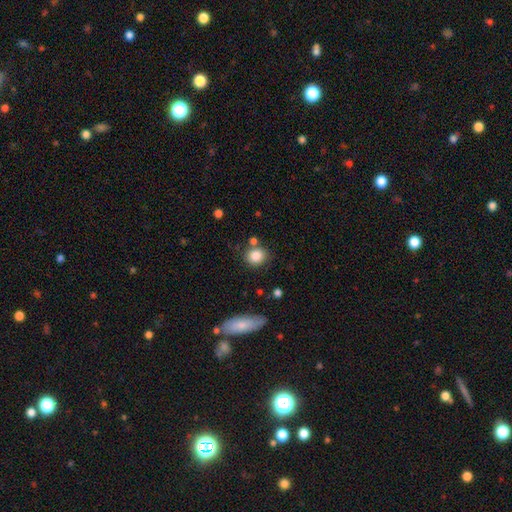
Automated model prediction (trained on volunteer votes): Smooth or featured?
  - smooth: 85% *
  - star or artifact: 9%
  - featured or disk: 5%
How rounded?
  - round: 80% *
  - in between: 19%
  - cigar-shaped: 1%
Merging?
  - none: 74% *
  - minor disturbance: 12%
  - merger: 11%
  - major disturbance: 4%